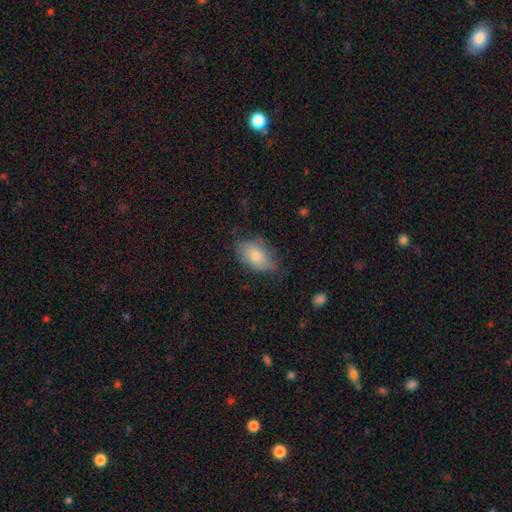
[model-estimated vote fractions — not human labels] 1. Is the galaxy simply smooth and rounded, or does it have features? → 79% smooth, 14% featured or disk, 7% star or artifact.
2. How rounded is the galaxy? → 91% in between, 7% round, 2% cigar-shaped.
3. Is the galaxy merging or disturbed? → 60% none, 30% minor disturbance, 8% major disturbance, 2% merger.